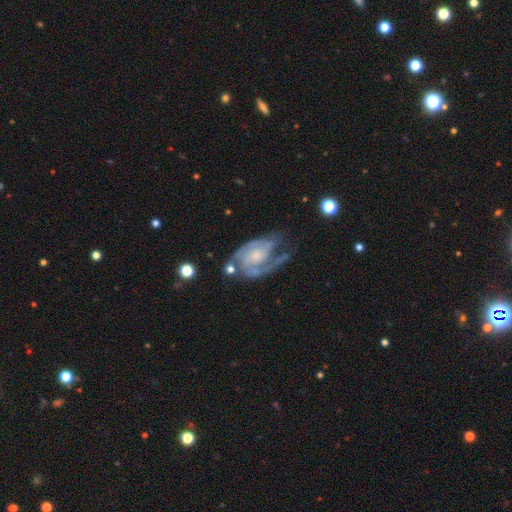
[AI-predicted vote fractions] This is clearly a featured or disk galaxy (85%). It is clearly not viewed edge-on (97%). Bar: likely no (64%). Spiral arm pattern: clearly yes (93%). Spiral arm count: possibly 2 (50%). Spiral winding: possibly tight (46%). Central bulge: possibly small (53%). Merging: possibly none (46%).